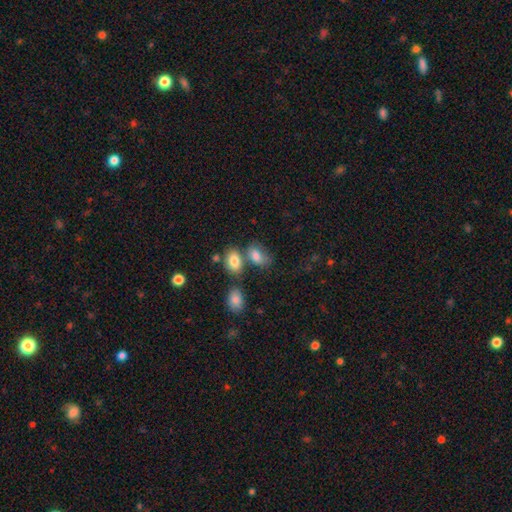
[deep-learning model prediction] This appears to be a smooth galaxy with no disk features (81%) that is in between round and cigar-shaped (89%). Merging: none (49%).